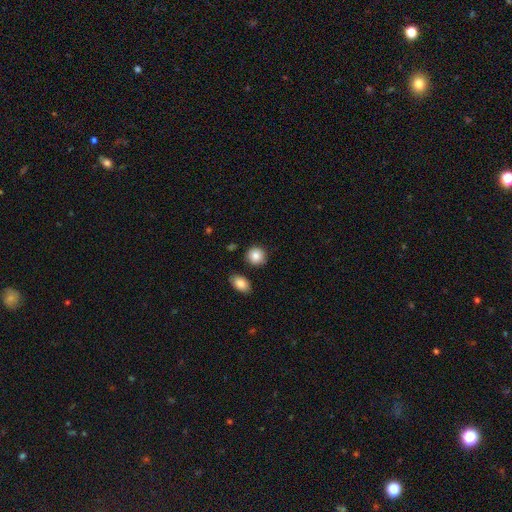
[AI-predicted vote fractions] Smooth or featured? Predicted: smooth (p=0.86). How rounded? Predicted: round (p=0.84). Merging? Predicted: none (p=0.84).